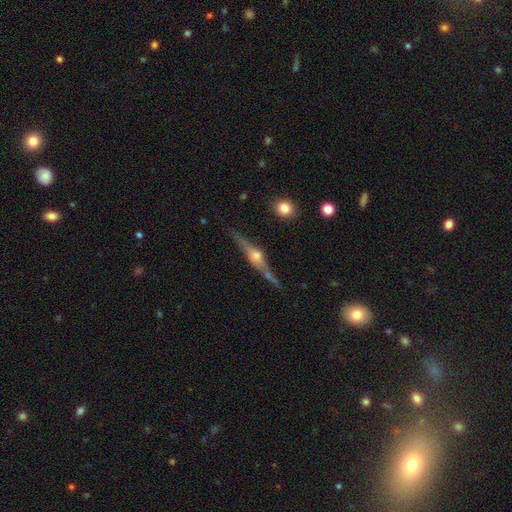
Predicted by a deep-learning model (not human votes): featured or disk 84%, smooth 10%, star or artifact 6%. Down the decision tree: edge-on disk — yes (97%); edge-on bulge — rounded (91%); merging — none (82%).